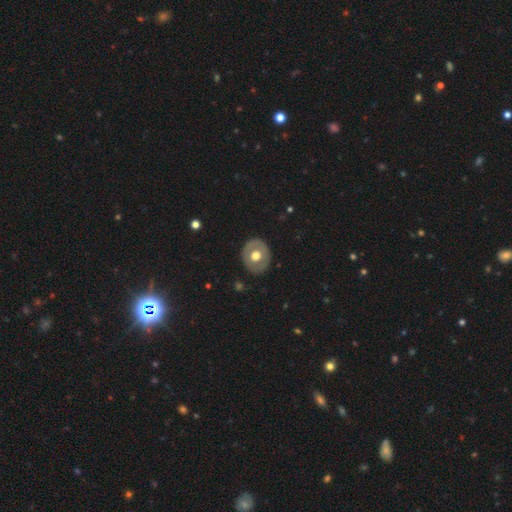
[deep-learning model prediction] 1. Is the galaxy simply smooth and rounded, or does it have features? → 49% smooth, 45% featured or disk, 5% star or artifact.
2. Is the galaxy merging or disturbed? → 86% none, 10% minor disturbance, 3% major disturbance, 1% merger.